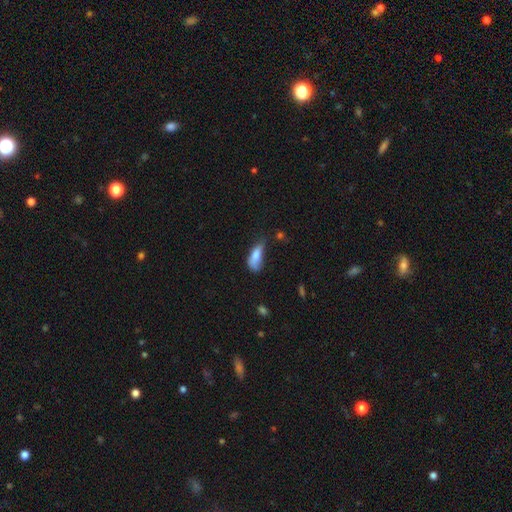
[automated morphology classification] Smooth or featured?
  - smooth: 74% *
  - featured or disk: 17%
  - star or artifact: 9%
How rounded?
  - in between: 74% *
  - cigar-shaped: 22%
  - round: 4%
Merging?
  - minor disturbance: 38% *
  - major disturbance: 32%
  - none: 25%
  - merger: 6%